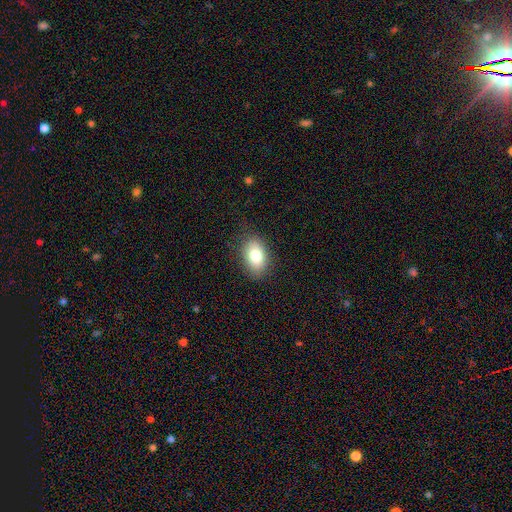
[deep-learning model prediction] Q: Smooth or featured?
A: smooth (80%); runner-up: featured or disk (12%)
Q: How rounded?
A: in between (87%); runner-up: round (11%)
Q: Merging?
A: none (84%); runner-up: minor disturbance (12%)